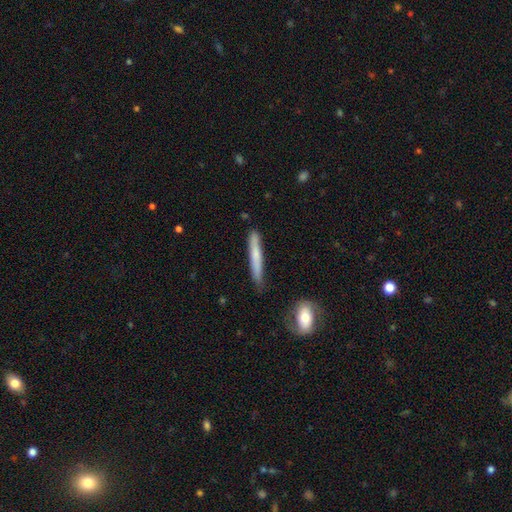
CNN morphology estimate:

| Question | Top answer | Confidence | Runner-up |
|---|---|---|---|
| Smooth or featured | smooth | 64% | featured or disk (31%) |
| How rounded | cigar-shaped | 95% | in between (3%) |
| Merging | none | 81% | minor disturbance (14%) |